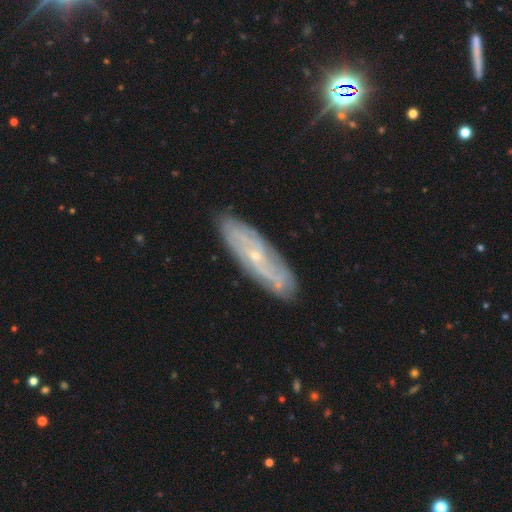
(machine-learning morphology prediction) A featured or disk galaxy (71%) with no bar (74%), spiral arms (75%) and a small central bulge (82%). Merging: none (84%).